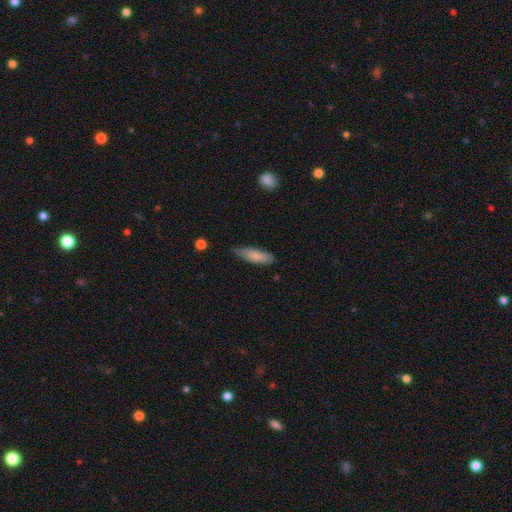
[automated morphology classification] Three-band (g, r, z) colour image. It shows a smooth galaxy with no disk features (81%) that is cigar-shaped (60%). Merging: none (71%).